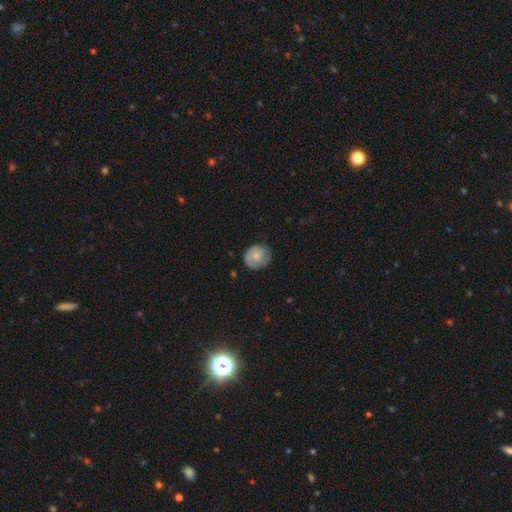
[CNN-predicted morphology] A smooth galaxy with no disk features (71%) that is round (81%).

Vote fractions:
- Smooth or featured? smooth: 71% / featured or disk: 22% / star or artifact: 7%
- How rounded? round: 81% / in between: 18% / cigar-shaped: 1%
- Merging? none: 70% / minor disturbance: 23% / major disturbance: 6% / merger: 1%